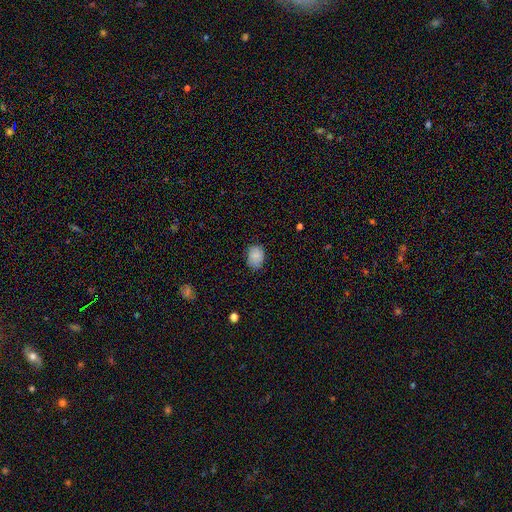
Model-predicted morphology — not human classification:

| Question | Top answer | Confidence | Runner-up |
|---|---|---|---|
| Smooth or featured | smooth | 86% | star or artifact (8%) |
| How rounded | in between | 64% | round (35%) |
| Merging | none | 79% | minor disturbance (17%) |